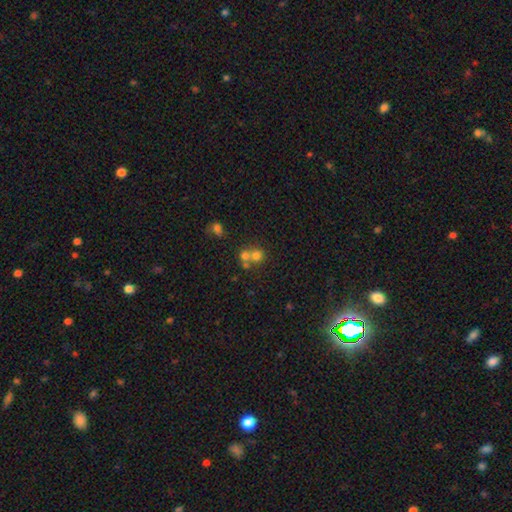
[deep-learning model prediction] This is likely a smooth galaxy (68%). How rounded: clearly round (83%). Merging: possibly merger (53%).